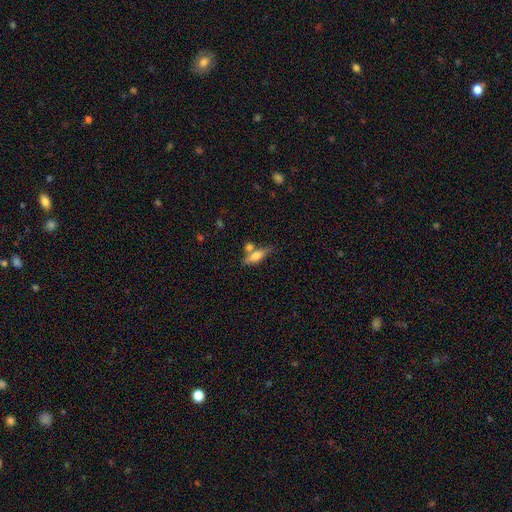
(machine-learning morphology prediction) A smooth galaxy with no disk features (59%) that is cigar-shaped (51%).

Vote fractions:
- Smooth or featured? smooth: 59% / featured or disk: 34% / star or artifact: 8%
- How rounded? cigar-shaped: 51% / in between: 45% / round: 4%
- Merging? none: 57% / merger: 25% / minor disturbance: 13% / major disturbance: 5%